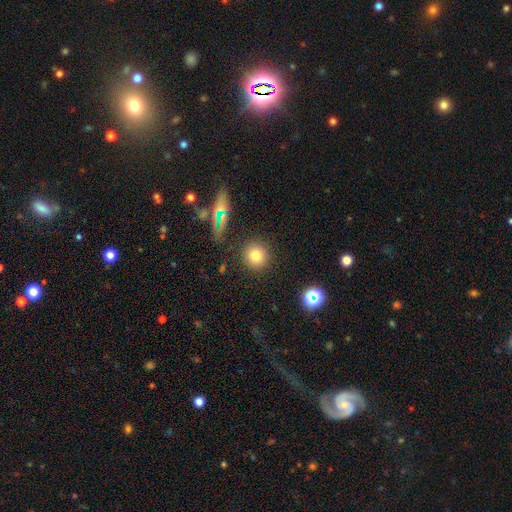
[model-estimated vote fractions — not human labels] smooth 77%, star or artifact 14%, featured or disk 9%. Down the decision tree: how rounded — round (92%); merging — none (87%).